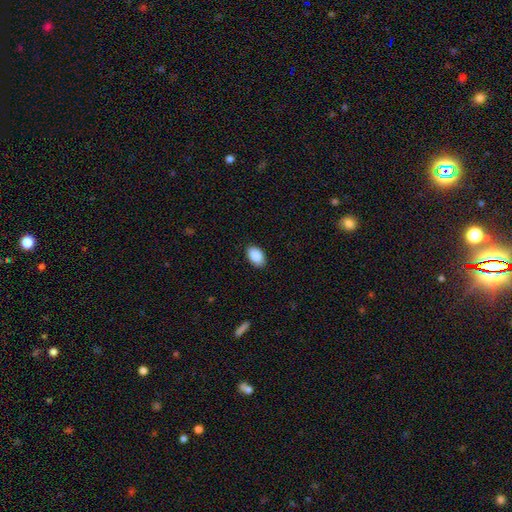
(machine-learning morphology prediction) Smooth or featured: smooth — 90% (star or artifact — 6%)
How rounded: in between — 93% (round — 6%)
Merging: none — 88% (minor disturbance — 9%)